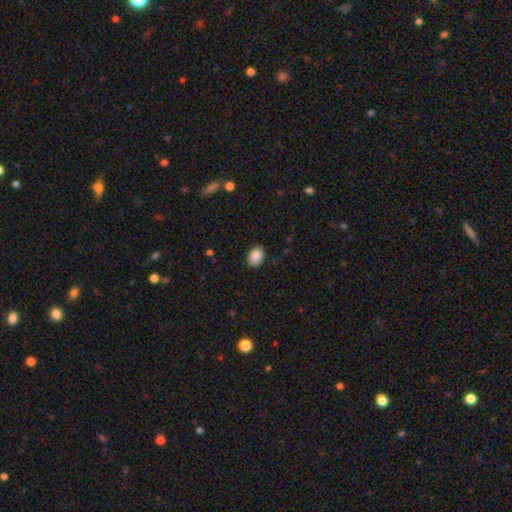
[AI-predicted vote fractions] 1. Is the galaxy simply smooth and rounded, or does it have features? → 88% smooth, 8% star or artifact, 4% featured or disk.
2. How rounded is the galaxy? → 74% in between, 25% round, 1% cigar-shaped.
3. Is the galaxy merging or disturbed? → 84% none, 12% minor disturbance, 2% major disturbance, 1% merger.